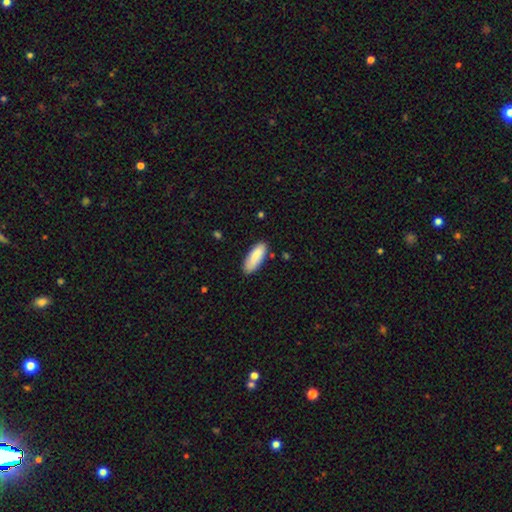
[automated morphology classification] Smooth or featured: smooth — 85% (featured or disk — 9%)
How rounded: in between — 73% (cigar-shaped — 26%)
Merging: none — 82% (minor disturbance — 14%)